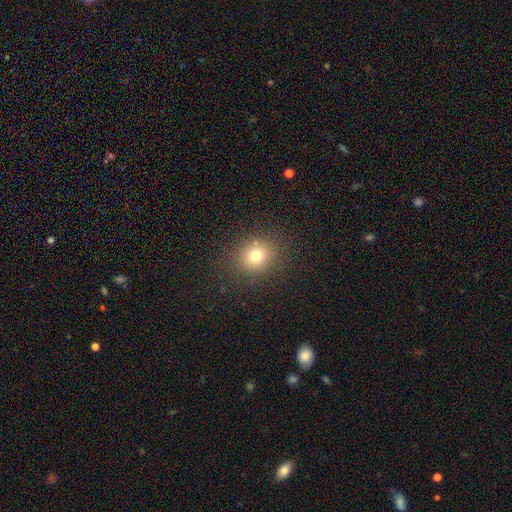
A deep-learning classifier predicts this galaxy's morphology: type=smooth (75%); roundness=round (68%); merging=none (84%).